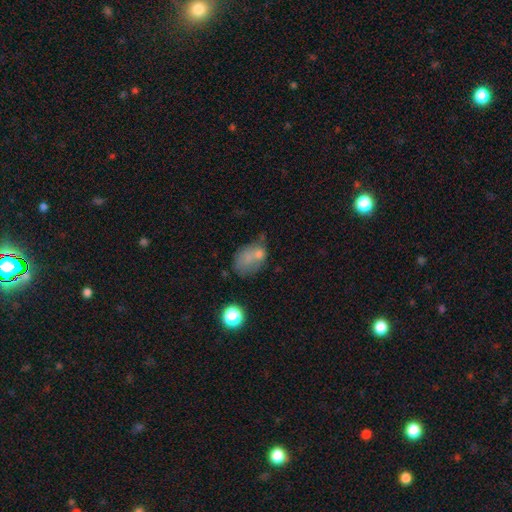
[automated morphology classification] smooth_or_featured: smooth (p=0.63) [alt: featured or disk p=0.22]
how_rounded: in between (p=0.73) [alt: round p=0.26]
merging: none (p=0.31) [alt: merger p=0.26]